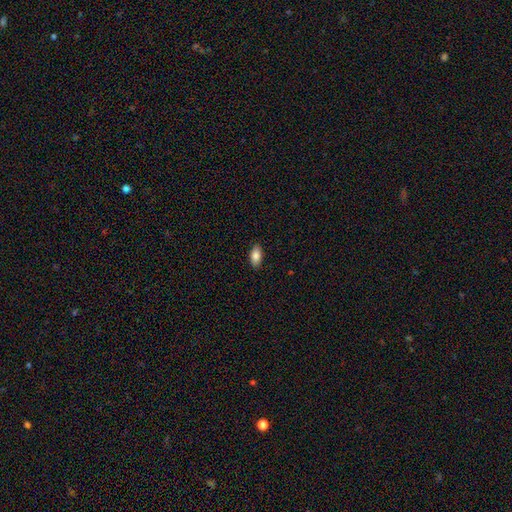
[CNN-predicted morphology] A smooth galaxy with no disk features (85%) that is in between round and cigar-shaped (92%). Merging: none (89%).